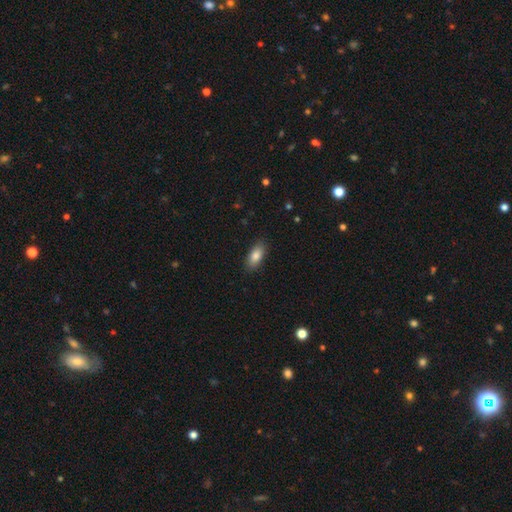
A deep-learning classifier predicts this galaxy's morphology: The model was most divided on "smooth or featured": smooth: 84%, featured or disk: 9%, star or artifact: 7%. More confident: merging — none (87%); how rounded — in between (87%).